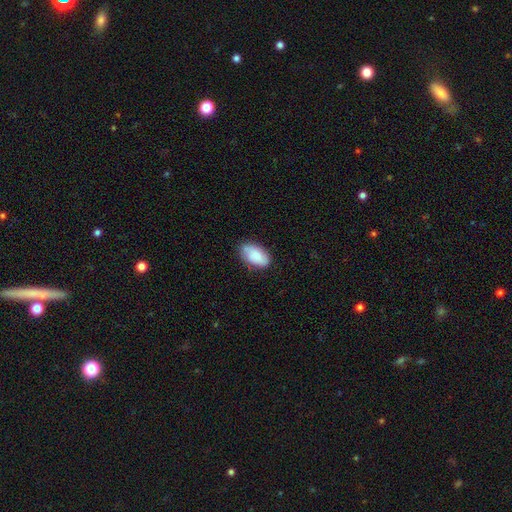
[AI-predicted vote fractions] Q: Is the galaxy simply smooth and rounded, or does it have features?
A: smooth — 79%.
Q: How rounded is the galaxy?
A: in between — 94%.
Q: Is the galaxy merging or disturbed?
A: none — 76%.